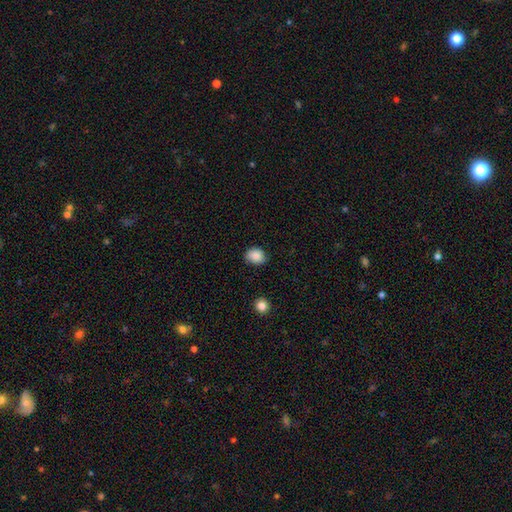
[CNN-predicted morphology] This appears to be a smooth galaxy with no disk features (84%) that is round (56%). Merging: none (71%).